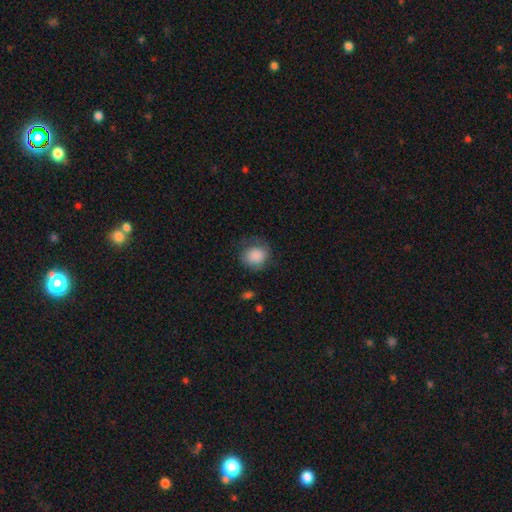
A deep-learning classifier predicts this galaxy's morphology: smooth 84%, featured or disk 9%, star or artifact 7%. Down the decision tree: how rounded — round (73%); merging — none (62%).